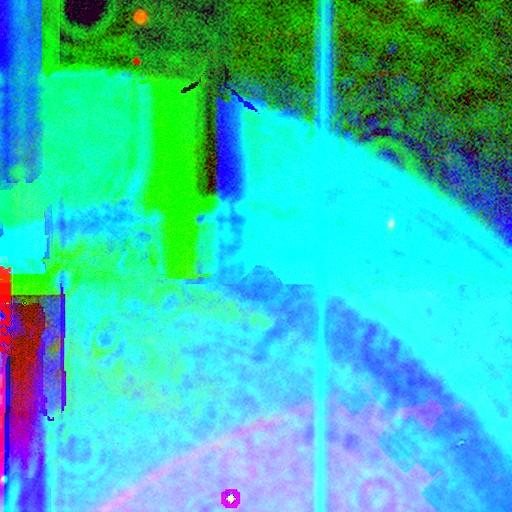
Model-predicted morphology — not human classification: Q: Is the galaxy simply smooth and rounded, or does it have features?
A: star or artifact — 87%.